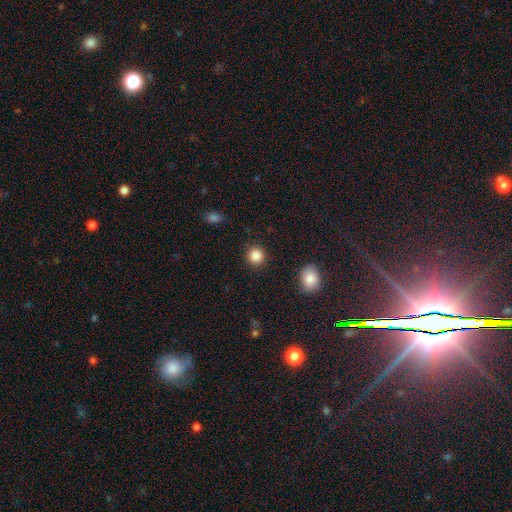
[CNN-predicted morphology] type=smooth (87%); roundness=round (92%); merging=none (90%).